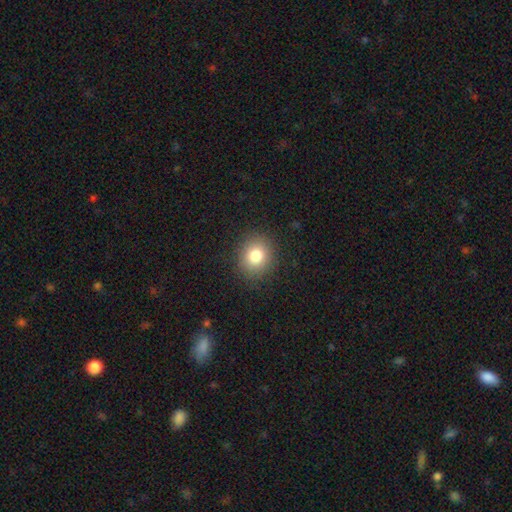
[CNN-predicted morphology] Overall: smooth (81%). How rounded: round (73%). Merging: none (88%).